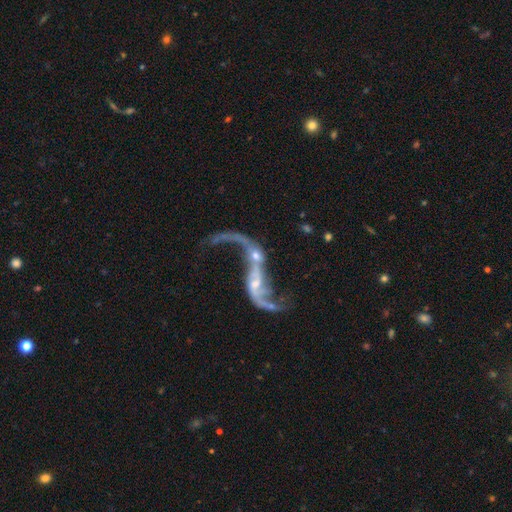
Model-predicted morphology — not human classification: Smooth or featured? Predicted: featured or disk (p=0.76). Edge-on disk? Predicted: no (p=0.94). Bar? Predicted: no (p=0.59). Spiral arms? Predicted: yes (p=0.73). Spiral winding? Predicted: loose (p=0.92). Spiral arm count? Predicted: 2 (p=0.64). Bulge size? Predicted: small (p=0.41). Merging? Predicted: merger (p=0.66).